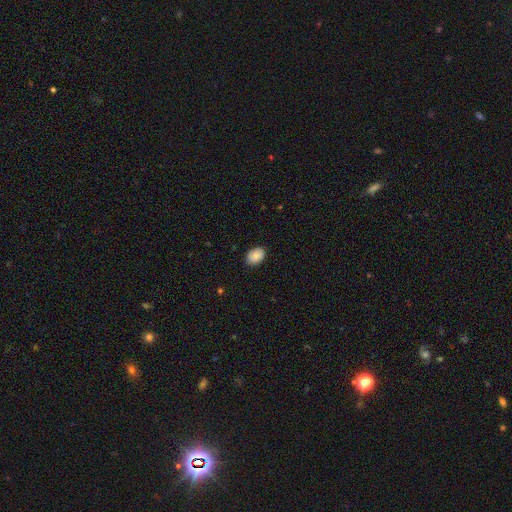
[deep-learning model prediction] Overall: smooth (82%). How rounded: in between (80%). Merging: none (85%).